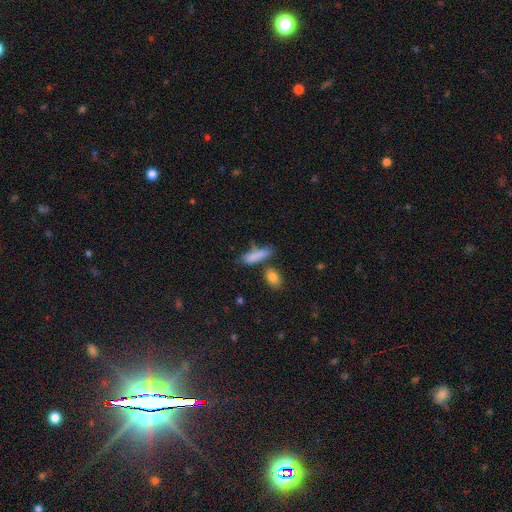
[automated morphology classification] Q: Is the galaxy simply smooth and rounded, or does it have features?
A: smooth — 78%.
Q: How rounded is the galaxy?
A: in between — 50%.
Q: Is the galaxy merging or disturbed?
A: none — 48%.